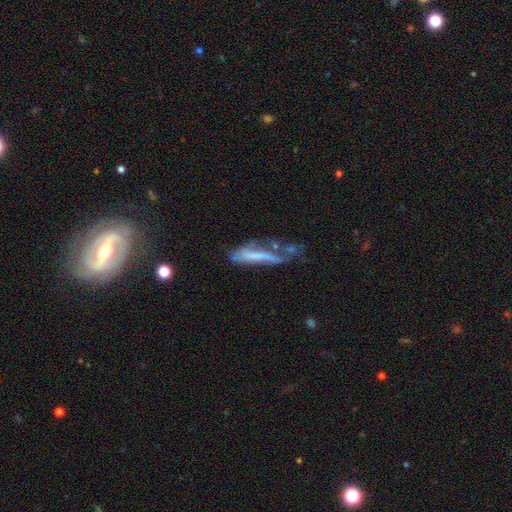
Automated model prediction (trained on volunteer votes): A smooth galaxy with no disk features (45%).

Vote fractions:
- Smooth or featured? smooth: 45% / featured or disk: 44% / star or artifact: 11%
- Merging? major disturbance: 31% / none: 27% / minor disturbance: 23% / merger: 19%